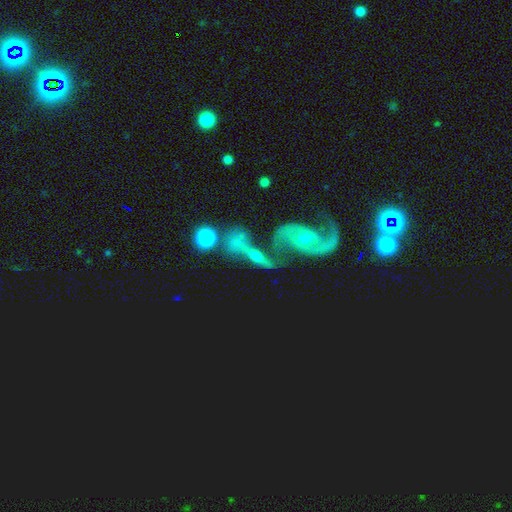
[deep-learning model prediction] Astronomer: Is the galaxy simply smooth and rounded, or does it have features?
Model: featured or disk — 64%.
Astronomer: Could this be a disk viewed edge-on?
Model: no — 77%.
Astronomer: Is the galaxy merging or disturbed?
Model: merger — 50% (runner-up: none, 25%).